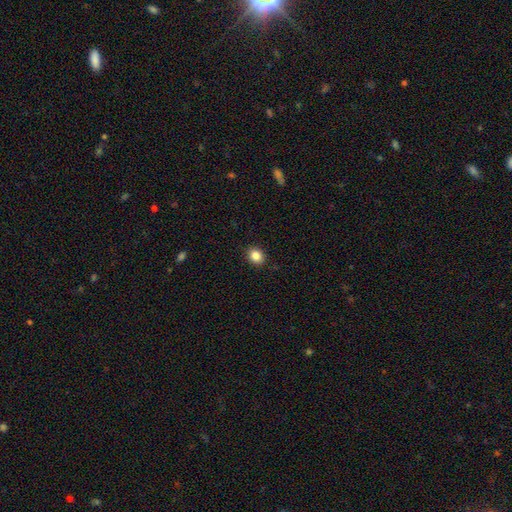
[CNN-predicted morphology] type=smooth (86%); roundness=round (59%); merging=none (91%).